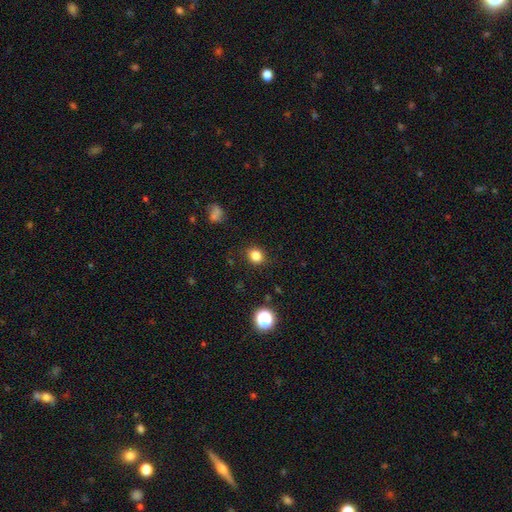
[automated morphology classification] The model was most divided on "how rounded": round: 63%, in between: 36%, cigar-shaped: 1%. More confident: merging — none (86%); smooth or featured — smooth (83%).